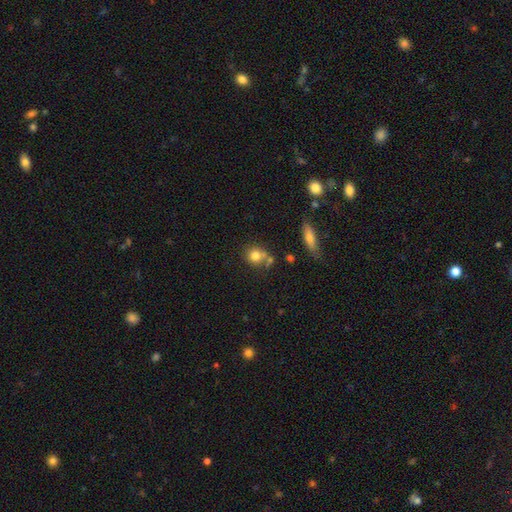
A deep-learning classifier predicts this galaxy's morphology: A smooth galaxy with no disk features (78%) that is round (80%).

Vote fractions:
- Smooth or featured? smooth: 78% / featured or disk: 11% / star or artifact: 10%
- How rounded? round: 80% / in between: 19% / cigar-shaped: 1%
- Merging? none: 55% / merger: 24% / minor disturbance: 15% / major disturbance: 6%